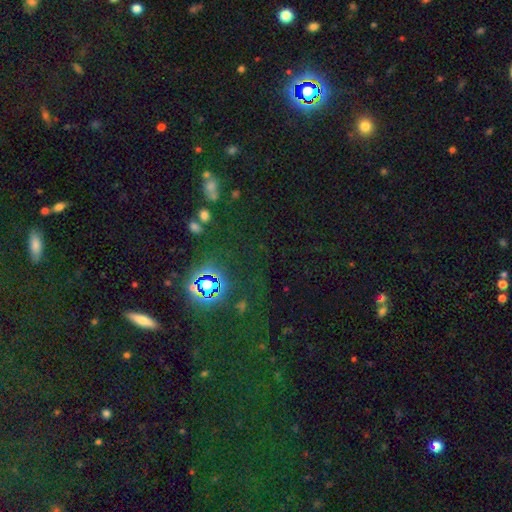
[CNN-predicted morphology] Smooth or featured? Predicted: star or artifact (p=0.73).